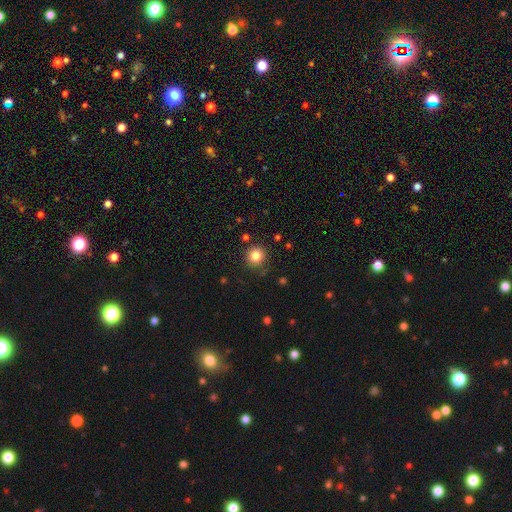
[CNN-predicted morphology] Smooth or featured? Predicted: smooth (p=0.83). How rounded? Predicted: round (p=0.94). Merging? Predicted: none (p=0.88).